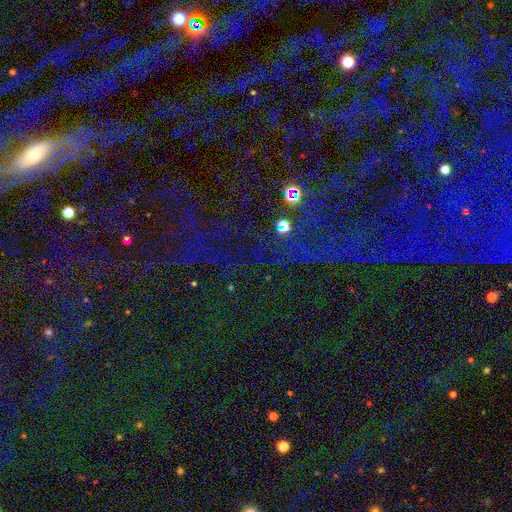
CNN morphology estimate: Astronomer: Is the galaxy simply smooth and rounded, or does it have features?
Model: star or artifact — 73%.